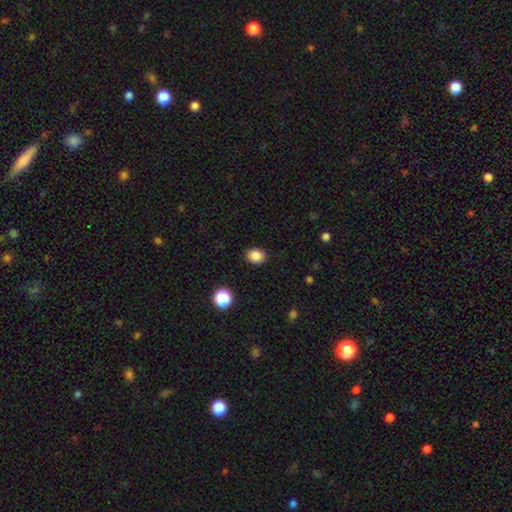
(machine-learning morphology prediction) smooth_or_featured: smooth (p=0.86) [alt: star or artifact p=0.10]
how_rounded: round (p=0.50) [alt: in between p=0.49]
merging: none (p=0.87) [alt: minor disturbance p=0.10]